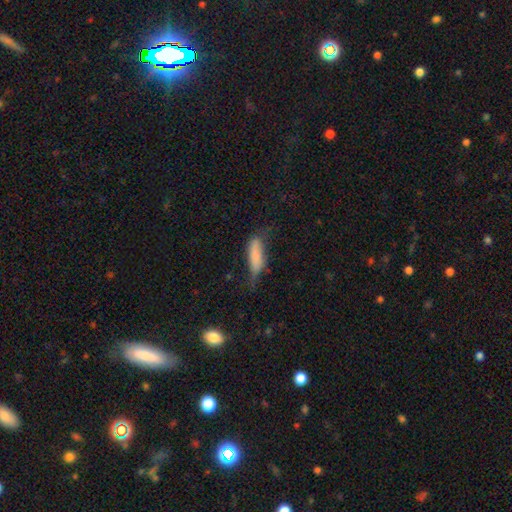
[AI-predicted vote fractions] The model was most divided on "merging": minor disturbance: 38%, none: 35%, major disturbance: 24%, merger: 4%. More confident: smooth or featured — smooth (73%); how rounded — cigar-shaped (53%).